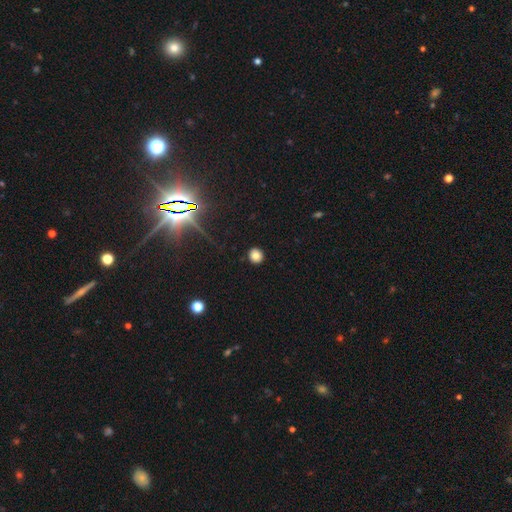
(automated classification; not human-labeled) smooth 78%, star or artifact 14%, featured or disk 8%. Down the decision tree: how rounded — round (86%); merging — none (91%).